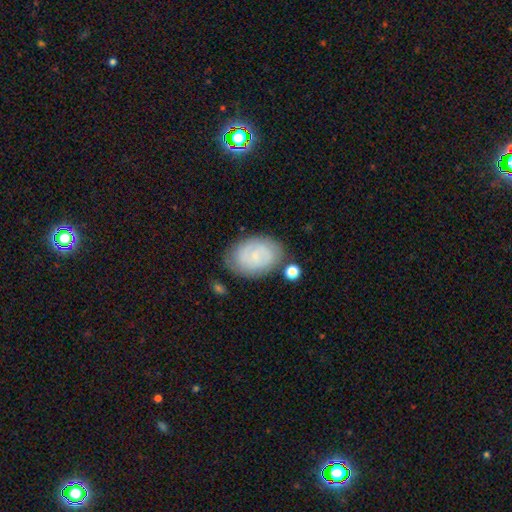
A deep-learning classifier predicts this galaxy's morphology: featured or disk 56%, smooth 36%, star or artifact 8%. Down the decision tree: edge-on disk — no (96%); bar — no (67%); spiral arms — yes (83%); bulge size — small (76%); merging — none (75%).